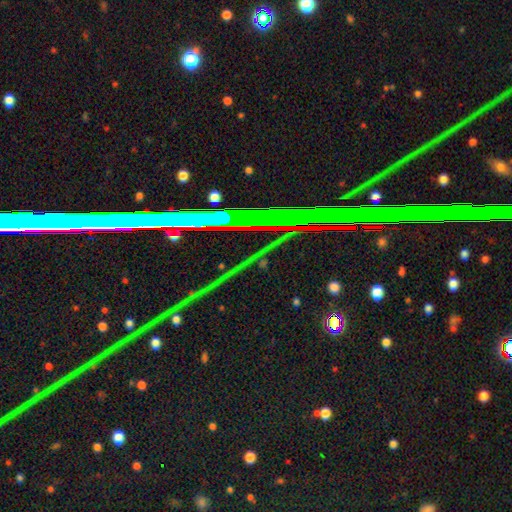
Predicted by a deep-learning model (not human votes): Smooth or featured?
  - star or artifact: 74% *
  - featured or disk: 15%
  - smooth: 11%